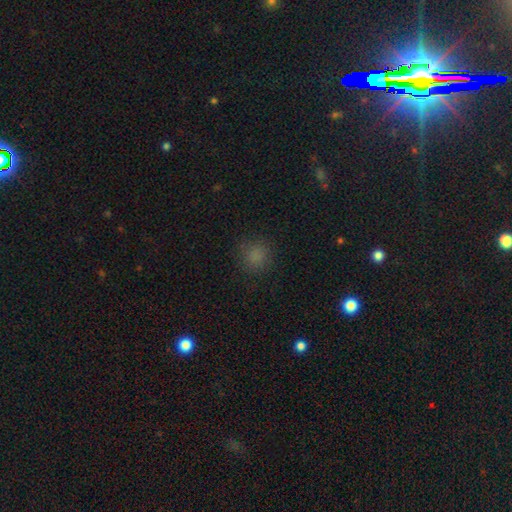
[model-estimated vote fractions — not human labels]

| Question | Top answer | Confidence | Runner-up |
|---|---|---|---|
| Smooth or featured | smooth | 80% | star or artifact (16%) |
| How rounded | round | 88% | in between (11%) |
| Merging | none | 84% | minor disturbance (10%) |